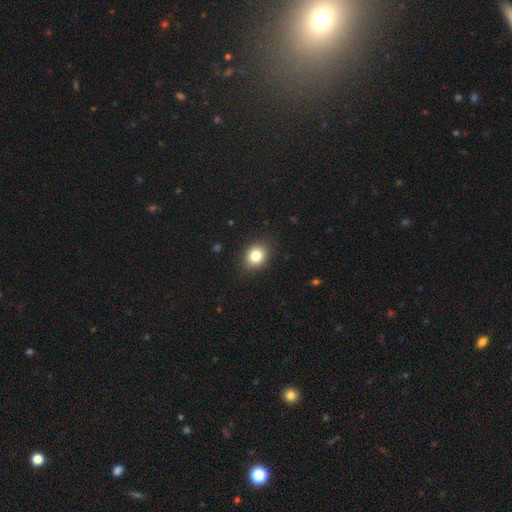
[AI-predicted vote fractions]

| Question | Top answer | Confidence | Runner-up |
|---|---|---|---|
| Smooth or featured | smooth | 82% | star or artifact (10%) |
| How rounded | round | 58% | in between (41%) |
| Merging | none | 87% | minor disturbance (9%) |